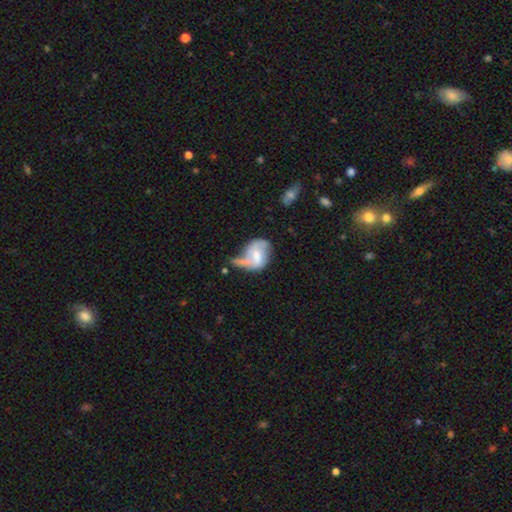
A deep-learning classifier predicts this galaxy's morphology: This is likely a featured or disk galaxy (63%). It is clearly not viewed edge-on (97%). Bar: possibly weak (46%). Spiral arm pattern: likely yes (78%). Central bulge: marginally moderate (40%). Merging: marginally major disturbance (37%).